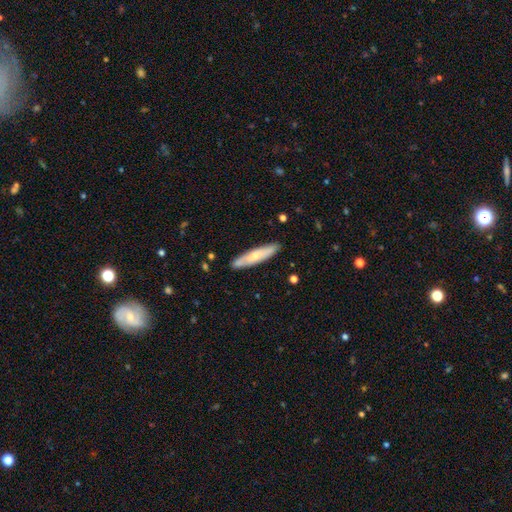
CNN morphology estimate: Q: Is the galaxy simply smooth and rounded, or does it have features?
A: smooth — 58%.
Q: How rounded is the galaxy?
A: cigar-shaped — 85%.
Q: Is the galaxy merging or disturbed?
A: none — 86%.